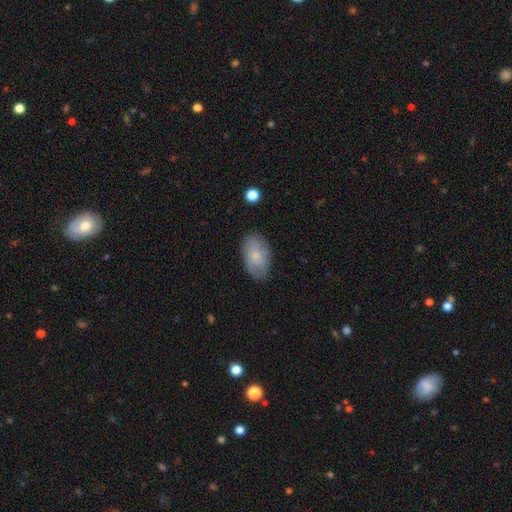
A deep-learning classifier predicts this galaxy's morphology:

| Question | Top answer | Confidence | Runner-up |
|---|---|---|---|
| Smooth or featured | smooth | 67% | featured or disk (25%) |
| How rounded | in between | 92% | round (7%) |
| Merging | none | 78% | minor disturbance (17%) |